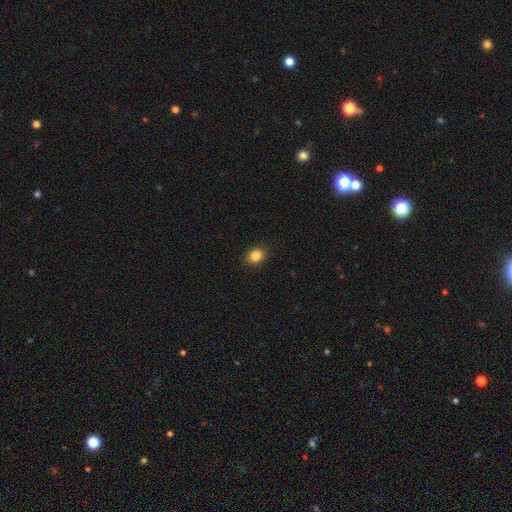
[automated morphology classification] type=smooth (86%); roundness=round (57%); merging=none (90%).